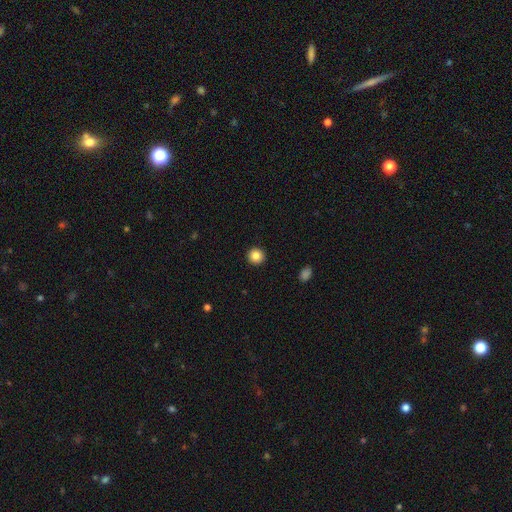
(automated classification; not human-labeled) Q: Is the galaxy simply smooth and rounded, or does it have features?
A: smooth — 85%.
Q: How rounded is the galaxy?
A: round — 94%.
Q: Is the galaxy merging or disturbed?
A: none — 93%.